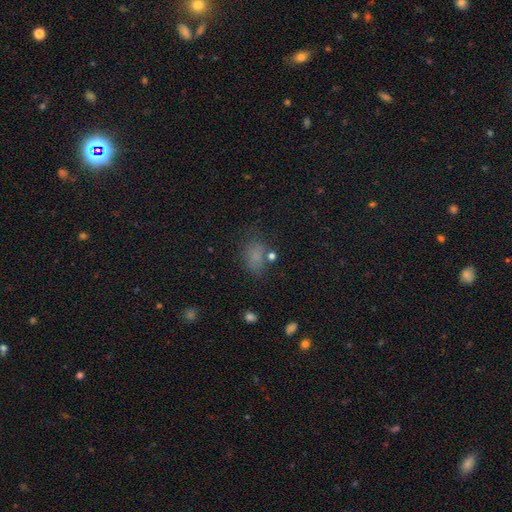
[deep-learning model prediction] Smooth or featured? Predicted: smooth (p=0.72). How rounded? Predicted: in between (p=0.75). Merging? Predicted: none (p=0.61).